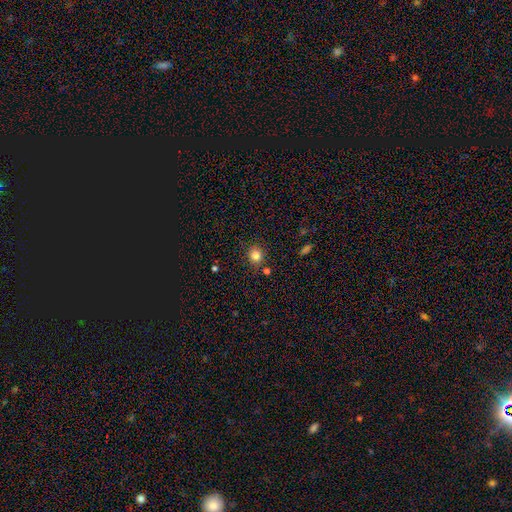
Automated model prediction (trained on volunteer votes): A smooth galaxy with no disk features (83%) that is round (80%). Merging: none (84%).